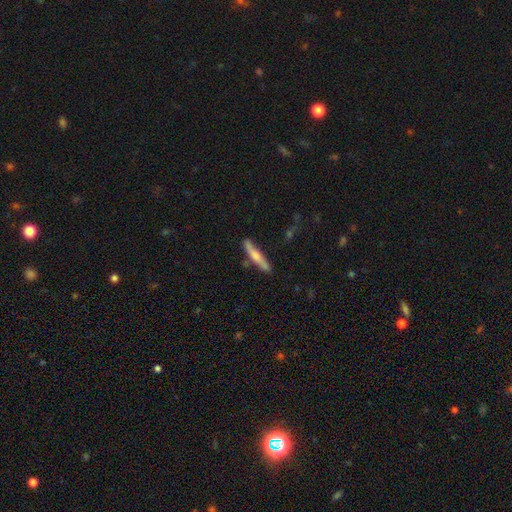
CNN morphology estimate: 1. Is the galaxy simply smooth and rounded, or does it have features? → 55% smooth, 40% featured or disk, 5% star or artifact.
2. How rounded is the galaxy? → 92% cigar-shaped, 7% in between, 2% round.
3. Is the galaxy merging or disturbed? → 82% none, 13% minor disturbance, 3% merger, 2% major disturbance.